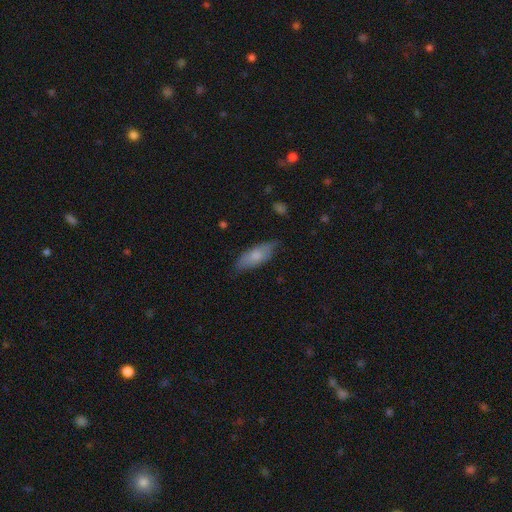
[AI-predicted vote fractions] Smooth or featured: smooth — 71% (featured or disk — 23%)
How rounded: in between — 73% (cigar-shaped — 25%)
Merging: none — 73% (minor disturbance — 23%)